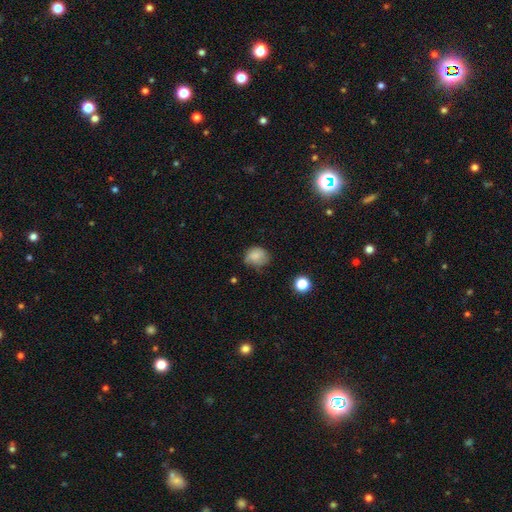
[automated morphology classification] smooth 79%, featured or disk 10%, star or artifact 10%. Down the decision tree: how rounded — round (59%); merging — none (55%).